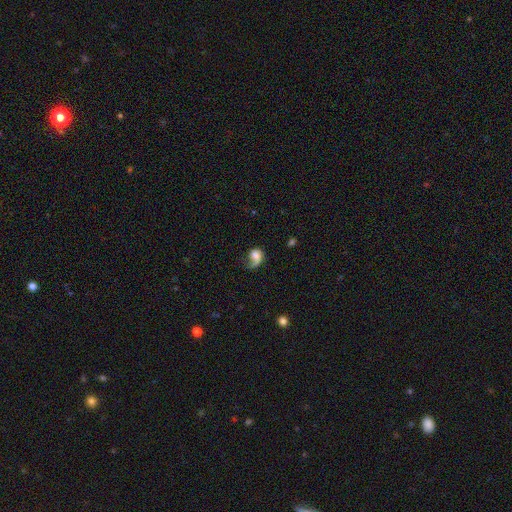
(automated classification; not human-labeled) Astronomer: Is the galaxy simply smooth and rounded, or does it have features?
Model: smooth — 46% (runner-up: featured or disk, 44%).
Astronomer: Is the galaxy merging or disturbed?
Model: major disturbance — 42% (runner-up: none, 31%).